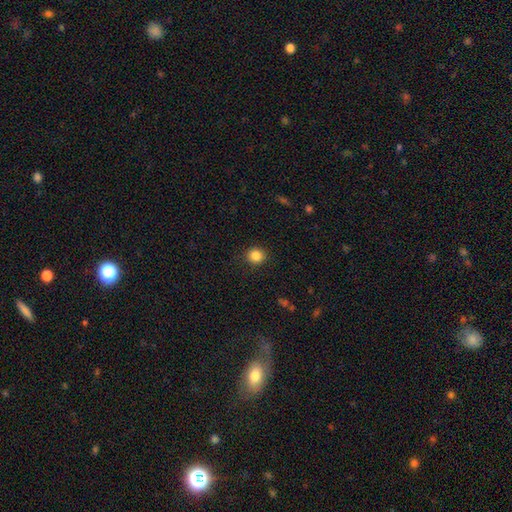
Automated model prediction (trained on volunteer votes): Morphology: type=smooth (85%); roundness=round (87%); merging=none (90%).